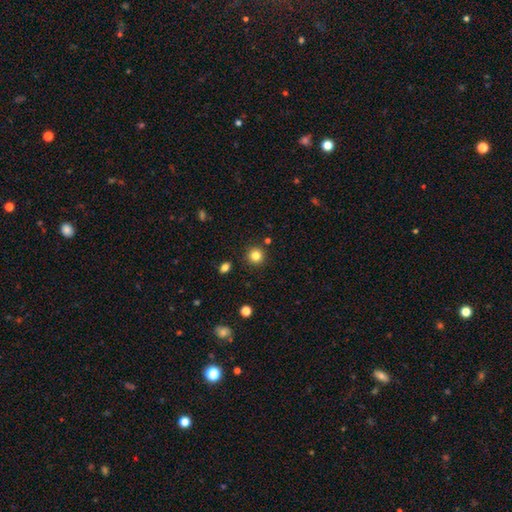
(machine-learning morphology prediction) Smooth or featured: smooth — 83% (star or artifact — 12%)
How rounded: round — 93% (in between — 6%)
Merging: none — 89% (minor disturbance — 6%)